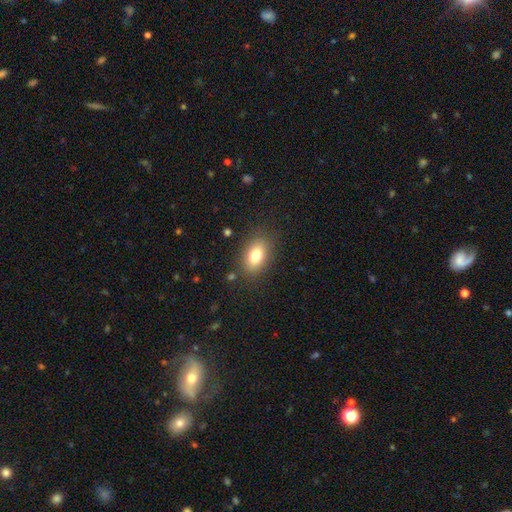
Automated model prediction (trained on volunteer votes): smooth_or_featured: smooth (p=0.79) [alt: featured or disk p=0.12]
how_rounded: in between (p=0.86) [alt: round p=0.11]
merging: none (p=0.84) [alt: minor disturbance p=0.10]